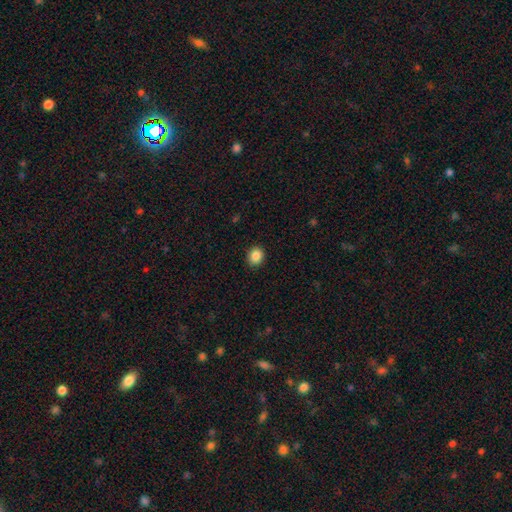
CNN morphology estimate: type=smooth (87%); roundness=round (68%); merging=none (91%).